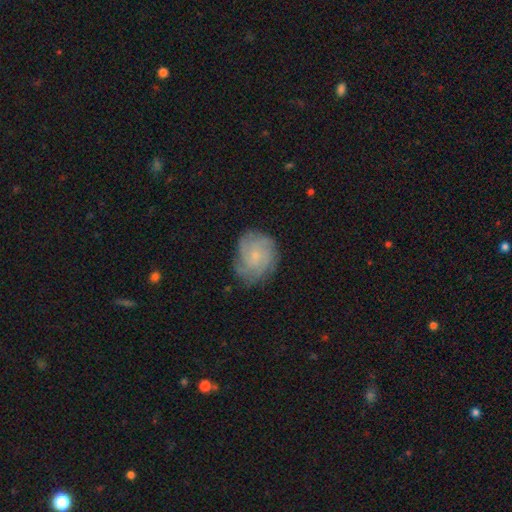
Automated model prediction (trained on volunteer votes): Smooth or featured?
  - featured or disk: 70% *
  - smooth: 21%
  - star or artifact: 8%
Edge-on disk?
  - no: 98% *
  - yes: 2%
Bar?
  - no: 78% *
  - weak: 19%
  - strong: 2%
Spiral arms?
  - yes: 94% *
  - no: 6%
Spiral winding?
  - tight: 58% *
  - medium: 32%
  - loose: 10%
Spiral arm count?
  - can't tell: 30% *
  - 4: 26%
  - 3: 18%
  - more than 4: 9%
  - 2: 9%
  - 1: 7%
Bulge size?
  - small: 76% *
  - moderate: 17%
  - none: 5%
  - large: 1%
  - dominant: 1%
Merging?
  - none: 74% *
  - minor disturbance: 19%
  - major disturbance: 6%
  - merger: 1%